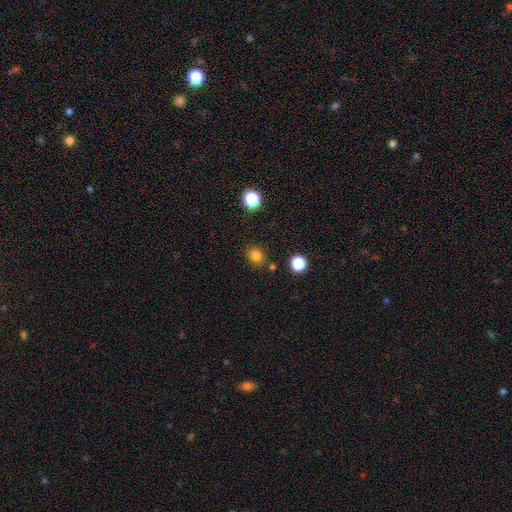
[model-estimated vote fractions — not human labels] Q: Smooth or featured?
A: smooth (79%); runner-up: star or artifact (15%)
Q: How rounded?
A: round (72%); runner-up: in between (27%)
Q: Merging?
A: none (83%); runner-up: minor disturbance (10%)